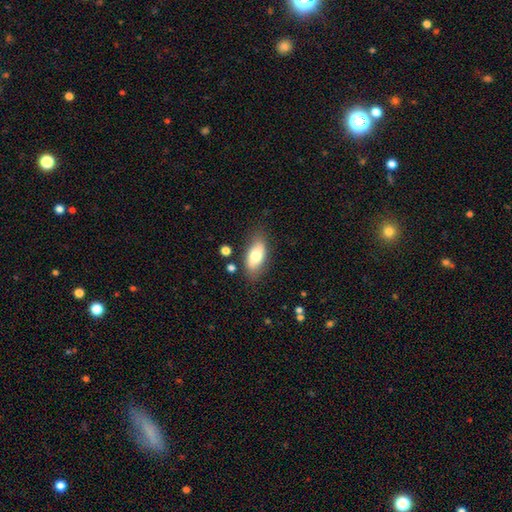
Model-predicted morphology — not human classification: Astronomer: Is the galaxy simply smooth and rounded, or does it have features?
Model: smooth — 73%.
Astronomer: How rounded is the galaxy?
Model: in between — 88%.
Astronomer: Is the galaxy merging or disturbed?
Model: none — 78%.